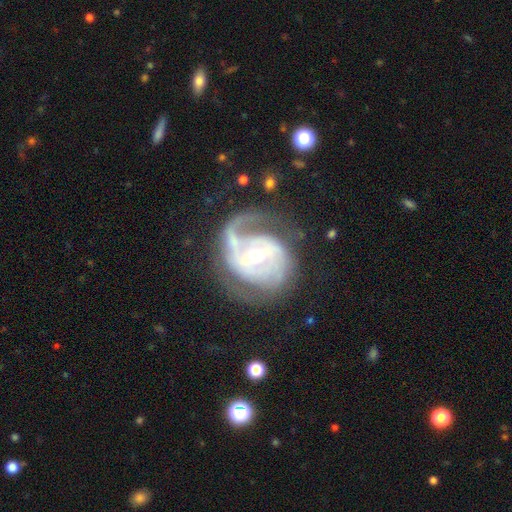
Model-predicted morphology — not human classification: Smooth or featured? Predicted: featured or disk (p=0.88). Edge-on disk? Predicted: no (p=0.98). Bar? Predicted: weak (p=0.45). Spiral arms? Predicted: yes (p=0.94). Spiral winding? Predicted: medium (p=0.45). Spiral arm count? Predicted: 2 (p=0.52). Bulge size? Predicted: small (p=0.56). Merging? Predicted: none (p=0.53).